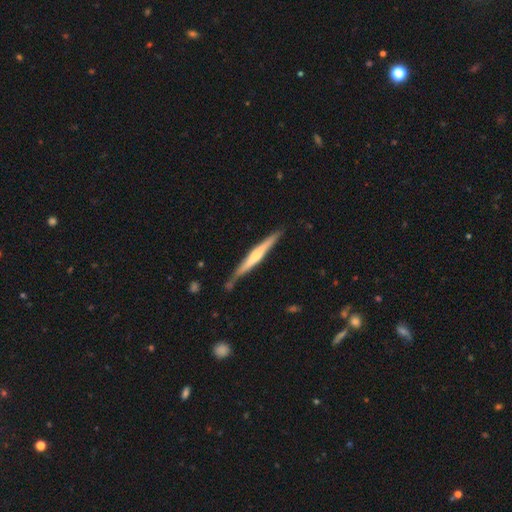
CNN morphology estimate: Smooth or featured?
  - featured or disk: 60% *
  - smooth: 35%
  - star or artifact: 5%
Edge-on disk?
  - yes: 97% *
  - no: 3%
Edge-on bulge?
  - rounded: 55% *
  - none: 29%
  - boxy: 16%
Merging?
  - none: 78% *
  - minor disturbance: 16%
  - merger: 3%
  - major disturbance: 3%